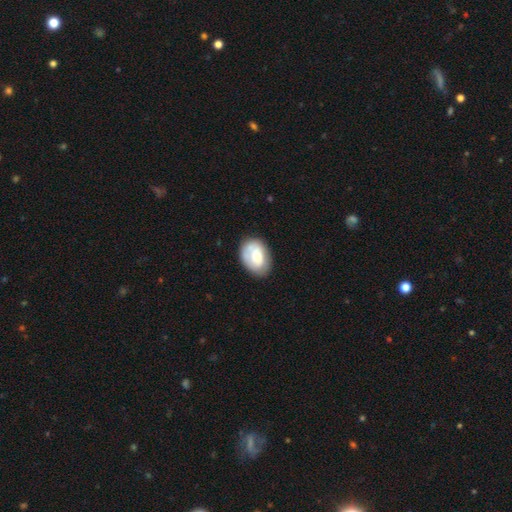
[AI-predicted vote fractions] This is likely a smooth galaxy (65%). How rounded: likely in between (79%). Merging: likely none (69%).